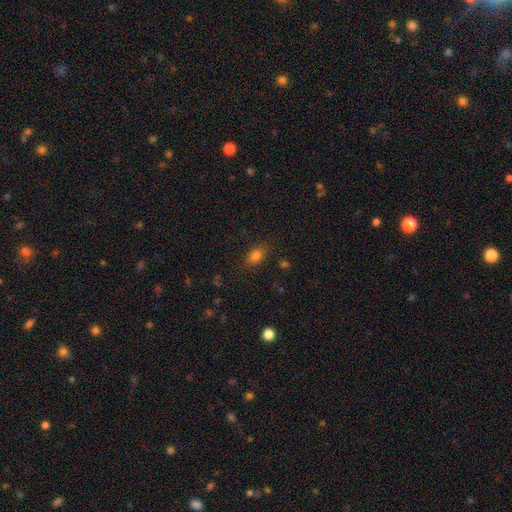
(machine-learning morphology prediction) smooth 80%, star or artifact 12%, featured or disk 8%. Down the decision tree: how rounded — in between (76%); merging — none (82%).